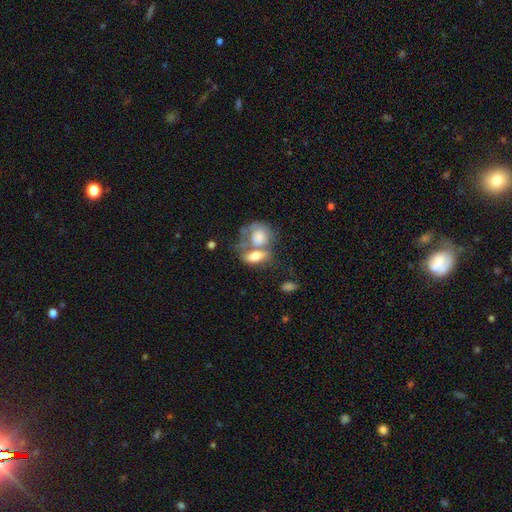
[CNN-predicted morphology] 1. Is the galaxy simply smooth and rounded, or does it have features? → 68% smooth, 25% featured or disk, 7% star or artifact.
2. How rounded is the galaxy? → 78% in between, 18% round, 5% cigar-shaped.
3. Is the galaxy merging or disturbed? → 60% merger, 21% none, 10% minor disturbance, 9% major disturbance.